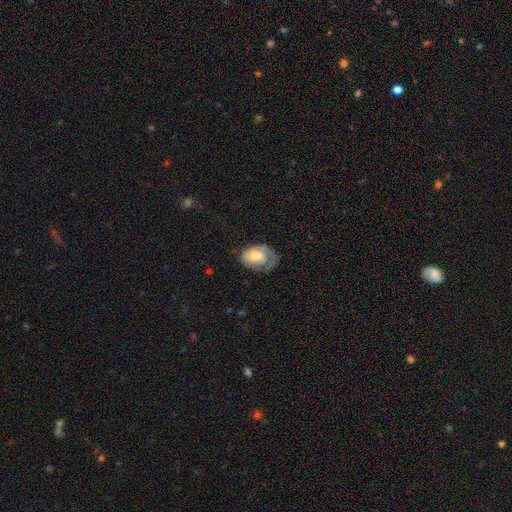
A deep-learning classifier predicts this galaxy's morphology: Smooth or featured: featured or disk — 48% (smooth — 46%)
Merging: none — 47% (minor disturbance — 29%)